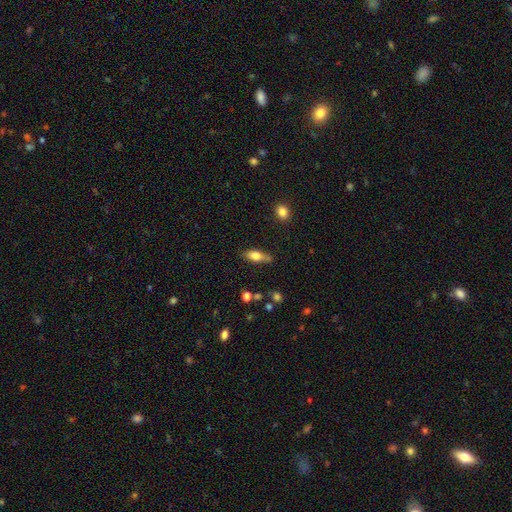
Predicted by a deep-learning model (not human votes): A smooth galaxy with no disk features (67%) that is in between round and cigar-shaped (67%).

Vote fractions:
- Smooth or featured? smooth: 67% / featured or disk: 25% / star or artifact: 7%
- How rounded? in between: 67% / cigar-shaped: 29% / round: 4%
- Merging? none: 70% / minor disturbance: 20% / major disturbance: 5% / merger: 4%